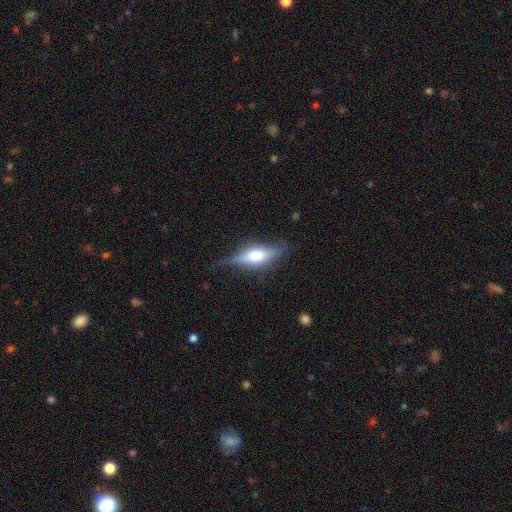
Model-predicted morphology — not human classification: Q: Smooth or featured?
A: featured or disk (57%); runner-up: smooth (36%)
Q: Edge-on disk?
A: yes (89%); runner-up: no (11%)
Q: Edge-on bulge?
A: rounded (86%); runner-up: boxy (11%)
Q: Merging?
A: none (70%); runner-up: minor disturbance (21%)